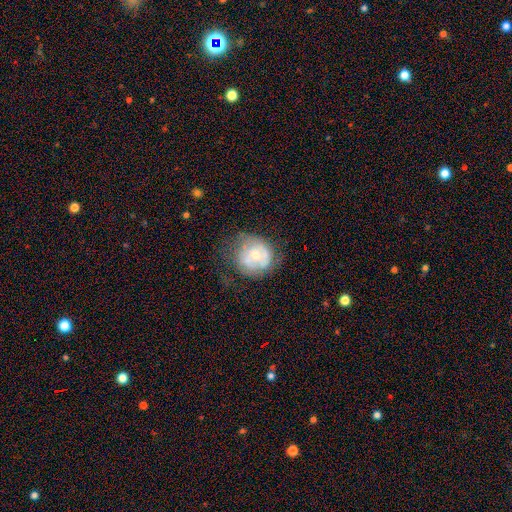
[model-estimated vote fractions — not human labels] Overall: featured or disk (51%; smooth 40%). Edge-on disk: no (97%). Merging: none (46%; minor disturbance 27%).